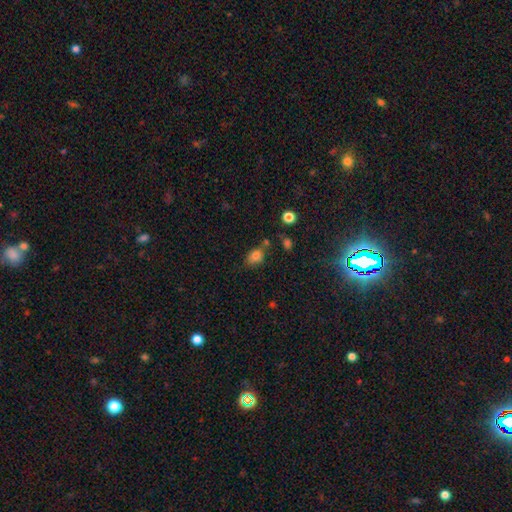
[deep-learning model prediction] Morphology: type=smooth (80%); roundness=in between (71%); merging=none (56%).